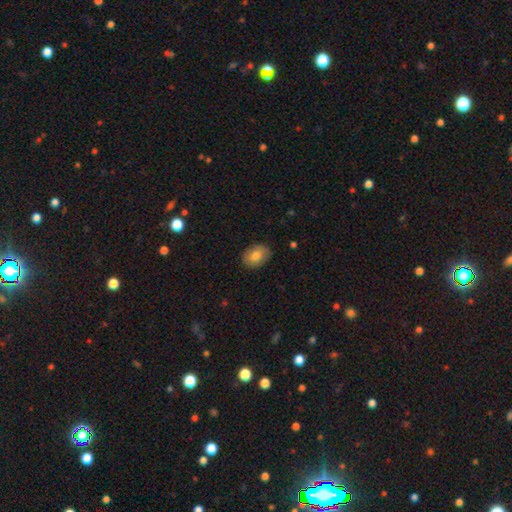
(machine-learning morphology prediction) The model was most divided on "how rounded": in between: 74%, round: 25%, cigar-shaped: 1%. More confident: merging — none (86%); smooth or featured — smooth (76%).